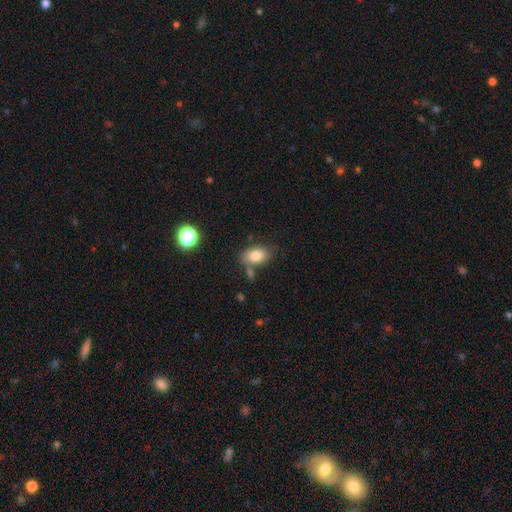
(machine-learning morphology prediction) Q: Smooth or featured?
A: smooth (82%); runner-up: featured or disk (9%)
Q: How rounded?
A: in between (86%); runner-up: round (12%)
Q: Merging?
A: none (67%); runner-up: minor disturbance (17%)